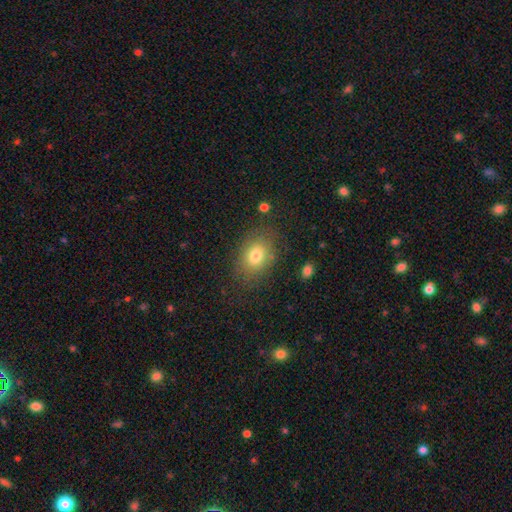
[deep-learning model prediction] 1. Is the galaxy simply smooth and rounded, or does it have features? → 77% smooth, 12% featured or disk, 11% star or artifact.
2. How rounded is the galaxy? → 71% in between, 28% round, 1% cigar-shaped.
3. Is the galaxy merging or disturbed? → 79% none, 13% minor disturbance, 5% major disturbance, 2% merger.